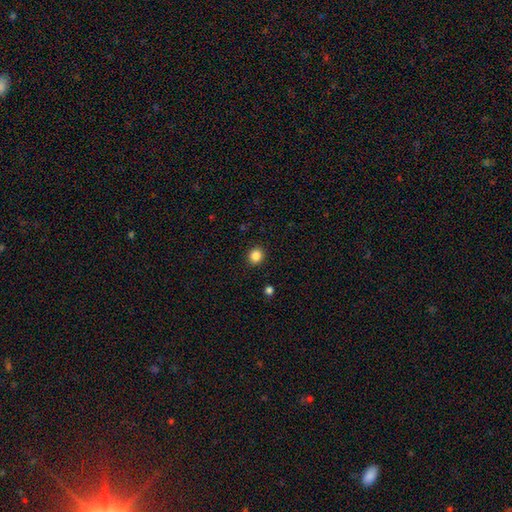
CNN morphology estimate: This is clearly a smooth galaxy (85%). How rounded: clearly round (83%). Merging: clearly none (91%).